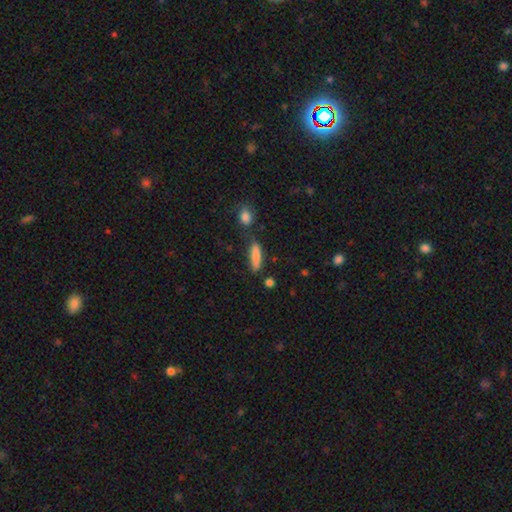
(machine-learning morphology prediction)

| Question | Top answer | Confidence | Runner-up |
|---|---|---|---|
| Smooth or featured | smooth | 83% | featured or disk (9%) |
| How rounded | cigar-shaped | 64% | in between (34%) |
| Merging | none | 68% | minor disturbance (19%) |